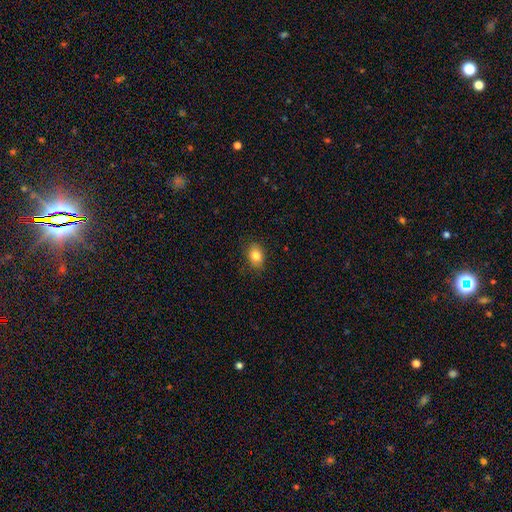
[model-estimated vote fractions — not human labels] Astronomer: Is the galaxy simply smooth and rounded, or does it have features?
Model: smooth — 83%.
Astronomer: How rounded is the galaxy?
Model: in between — 71%.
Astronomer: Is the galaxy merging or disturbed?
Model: none — 84%.